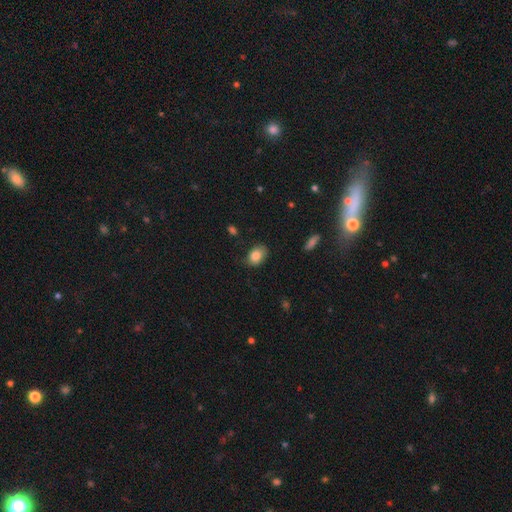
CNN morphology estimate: The model was most divided on "merging": none: 73%, minor disturbance: 21%, major disturbance: 4%, merger: 1%. More confident: smooth or featured — smooth (84%); how rounded — in between (76%).